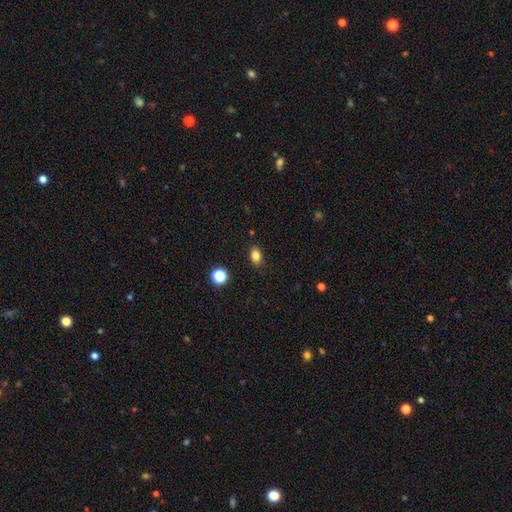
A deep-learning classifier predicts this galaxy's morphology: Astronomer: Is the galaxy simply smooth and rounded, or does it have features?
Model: smooth — 82%.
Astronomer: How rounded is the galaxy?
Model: in between — 78%.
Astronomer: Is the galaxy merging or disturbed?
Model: none — 87%.